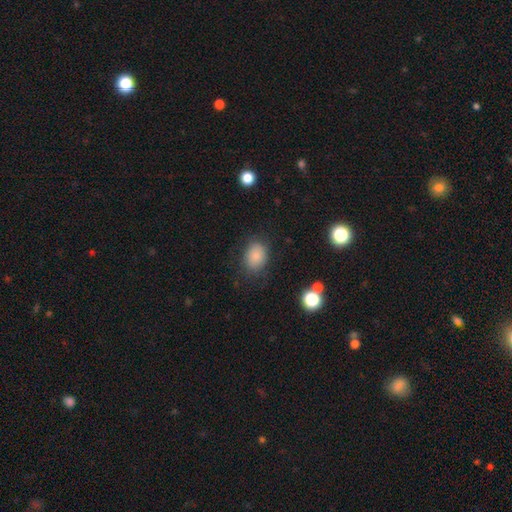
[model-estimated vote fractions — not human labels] Smooth or featured: smooth — 83% (star or artifact — 10%)
How rounded: in between — 65% (round — 34%)
Merging: none — 75% (minor disturbance — 17%)